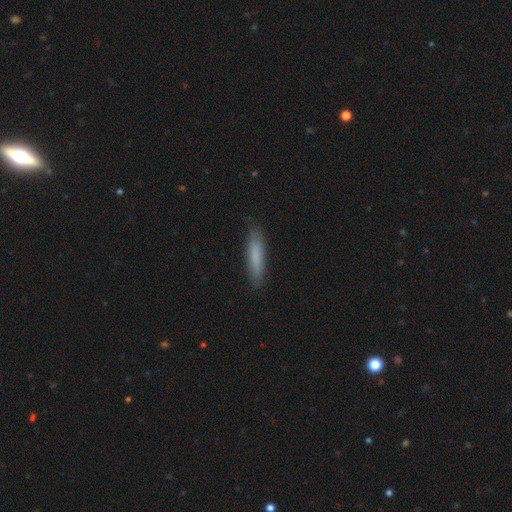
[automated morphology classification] Smooth or featured: smooth — 81% (featured or disk — 13%)
How rounded: cigar-shaped — 82% (in between — 16%)
Merging: none — 86% (minor disturbance — 10%)